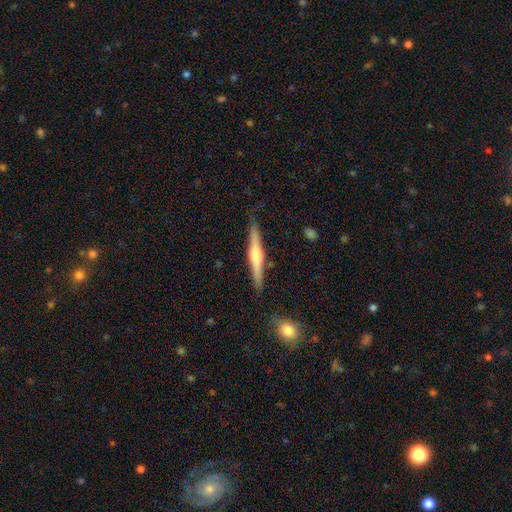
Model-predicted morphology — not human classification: Overall: featured or disk (68%). Edge-on disk: yes (98%). Edge-on bulge: rounded (80%). Merging: none (86%).